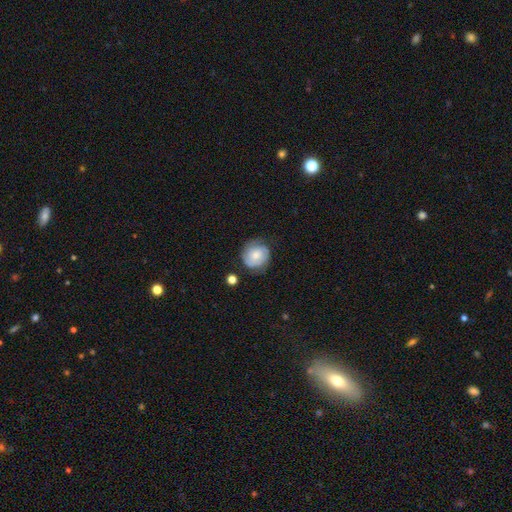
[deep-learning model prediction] Overall: featured or disk (50%; smooth 43%). Merging: none (68%).